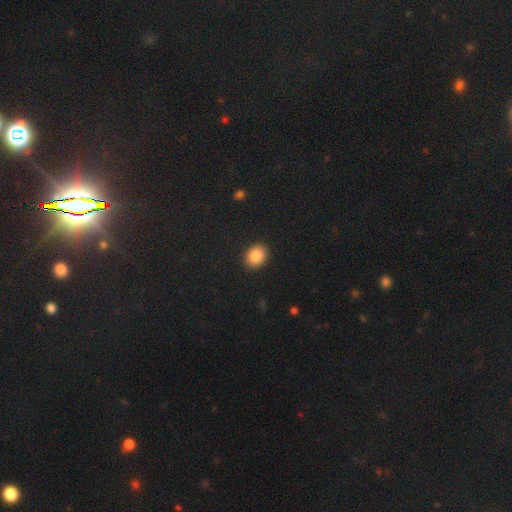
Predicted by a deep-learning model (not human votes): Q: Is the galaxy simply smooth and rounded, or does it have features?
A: smooth — 87%.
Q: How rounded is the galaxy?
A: in between — 56%.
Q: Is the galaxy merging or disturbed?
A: none — 90%.